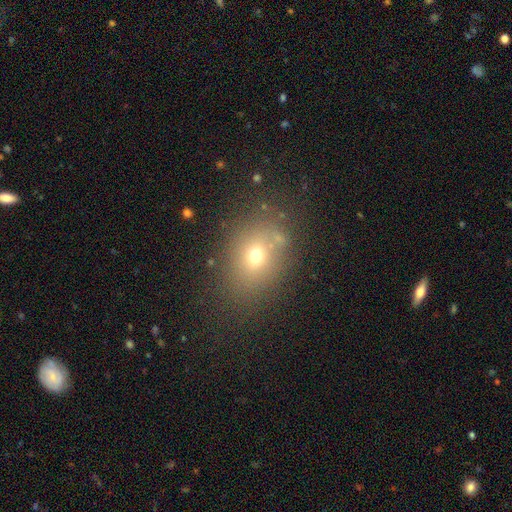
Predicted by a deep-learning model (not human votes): Smooth or featured? smooth (66%)
How rounded? in between (57%)
Merging? none (76%)